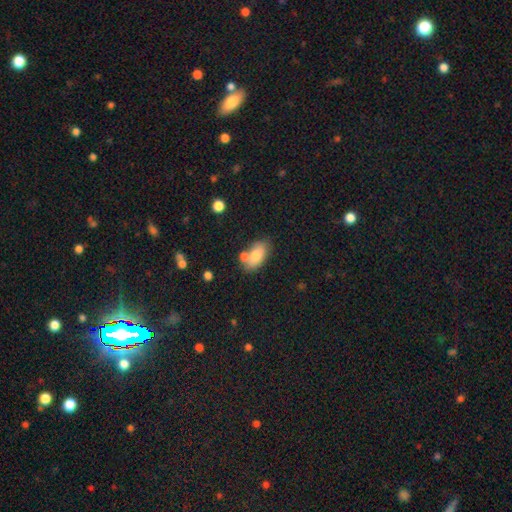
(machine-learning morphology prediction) smooth-or-featured: smooth: 77% | featured or disk: 15% | star or artifact: 8%
  how-rounded: in between: 91% | round: 6% | cigar-shaped: 3%
  merging: none: 60% | merger: 21% | minor disturbance: 15% | major disturbance: 4%